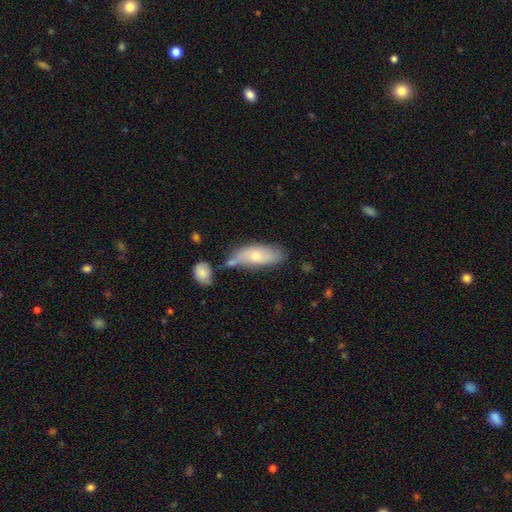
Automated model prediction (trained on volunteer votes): This appears to be a smooth galaxy with no disk features (62%) that is in between round and cigar-shaped (75%). Merging: none (52%).